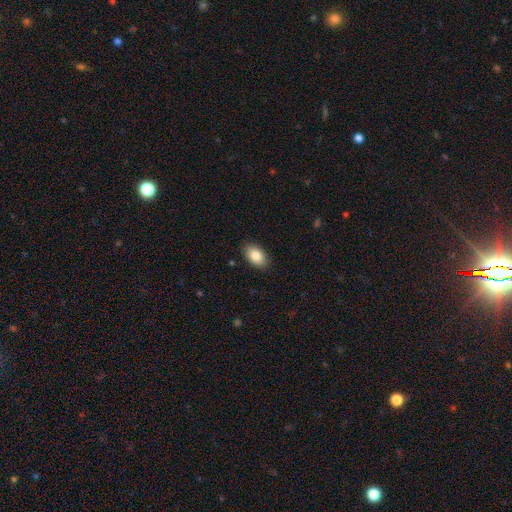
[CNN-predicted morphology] This appears to be a smooth galaxy with no disk features (84%) that is in between round and cigar-shaped (92%). Merging: none (88%).